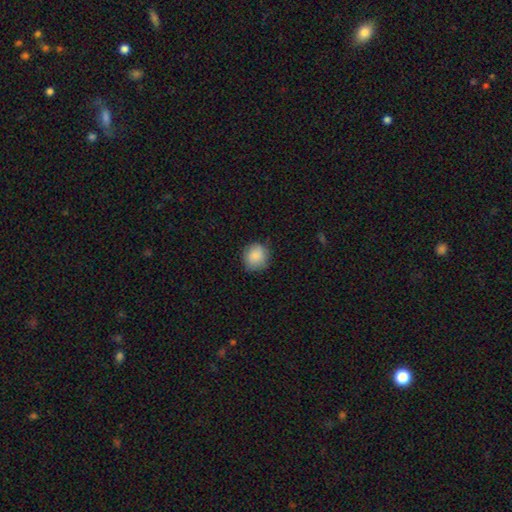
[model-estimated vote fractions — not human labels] Morphology: type=smooth (87%); roundness=round (84%); merging=none (80%).